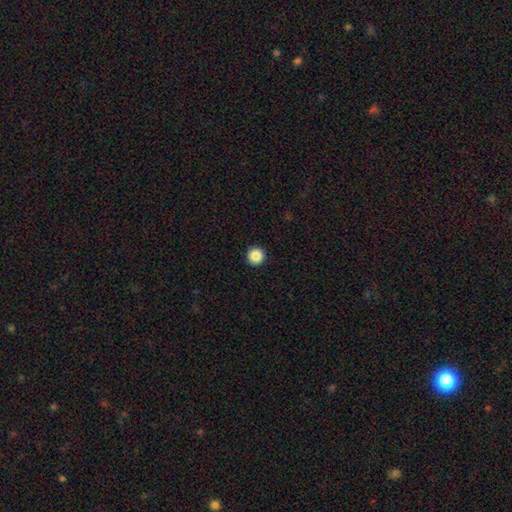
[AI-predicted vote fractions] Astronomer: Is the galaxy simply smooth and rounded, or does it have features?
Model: smooth — 88%.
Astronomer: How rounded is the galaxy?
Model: round — 97%.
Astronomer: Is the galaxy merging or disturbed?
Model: none — 94%.